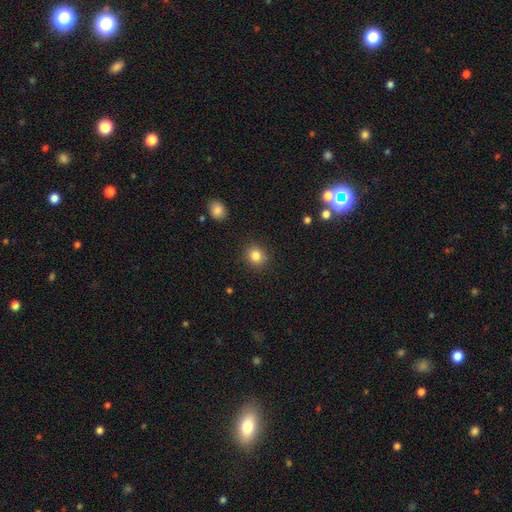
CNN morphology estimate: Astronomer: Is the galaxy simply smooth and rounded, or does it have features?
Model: smooth — 84%.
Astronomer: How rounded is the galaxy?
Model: round — 84%.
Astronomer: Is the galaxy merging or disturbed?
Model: none — 89%.